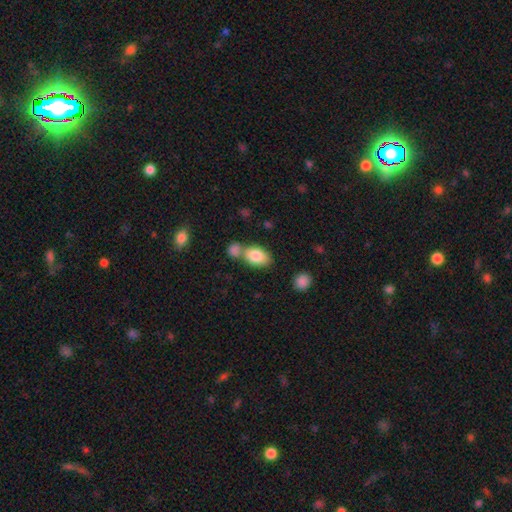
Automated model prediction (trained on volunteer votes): Smooth or featured?
  - smooth: 82% *
  - featured or disk: 11%
  - star or artifact: 7%
How rounded?
  - in between: 88% *
  - round: 10%
  - cigar-shaped: 2%
Merging?
  - none: 50% *
  - merger: 35%
  - minor disturbance: 12%
  - major disturbance: 4%